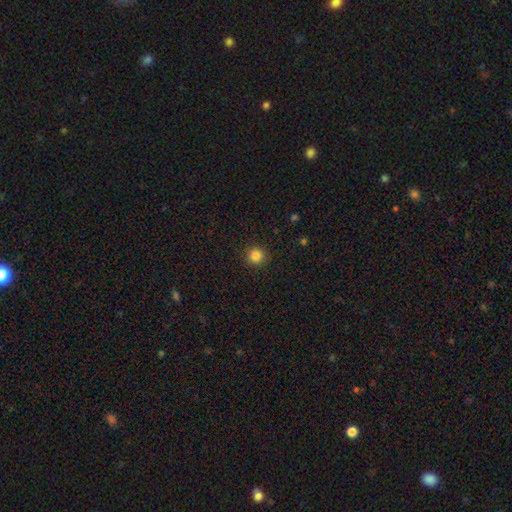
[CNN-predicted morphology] Q: Smooth or featured?
A: smooth (84%); runner-up: star or artifact (12%)
Q: How rounded?
A: round (95%); runner-up: in between (4%)
Q: Merging?
A: none (93%); runner-up: minor disturbance (5%)